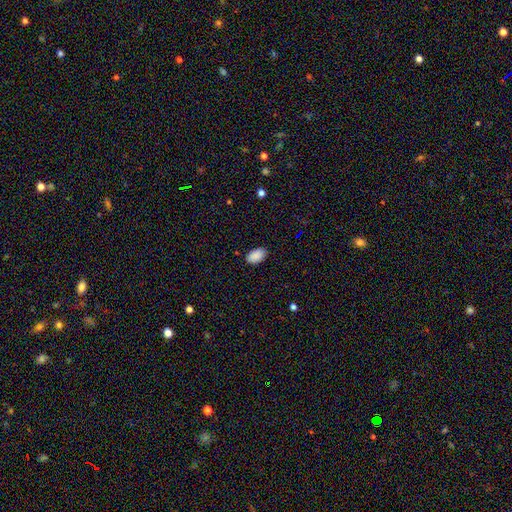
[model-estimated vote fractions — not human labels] The model was most divided on "merging": none: 87%, minor disturbance: 10%, major disturbance: 2%, merger: 1%. More confident: how rounded — in between (94%); smooth or featured — smooth (90%).